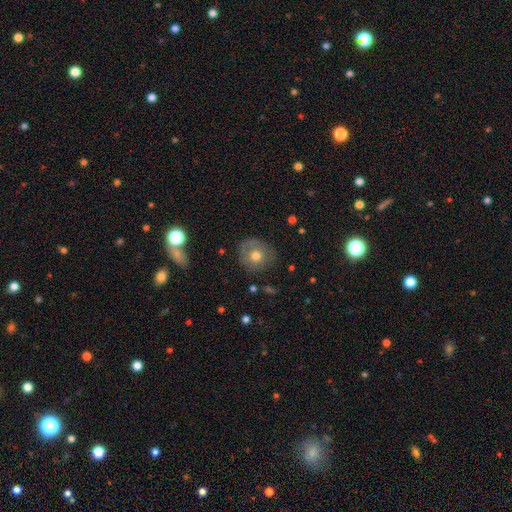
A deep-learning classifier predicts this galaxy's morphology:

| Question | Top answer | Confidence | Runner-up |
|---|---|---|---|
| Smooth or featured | smooth | 66% | featured or disk (25%) |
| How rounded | round | 86% | in between (13%) |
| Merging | none | 77% | minor disturbance (16%) |